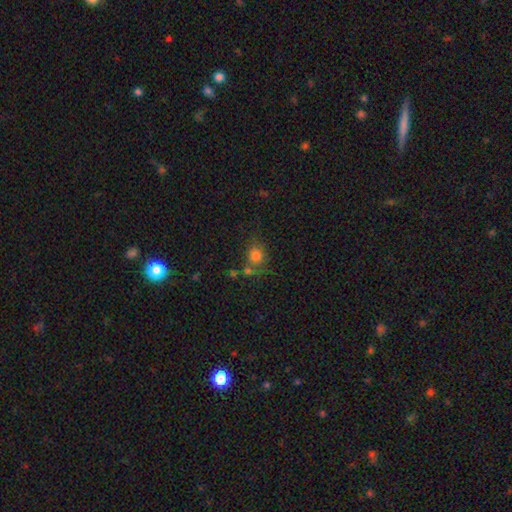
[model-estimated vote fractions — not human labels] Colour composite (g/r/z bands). It shows a smooth galaxy with no disk features (78%) that is round (72%). Merging: none (54%).